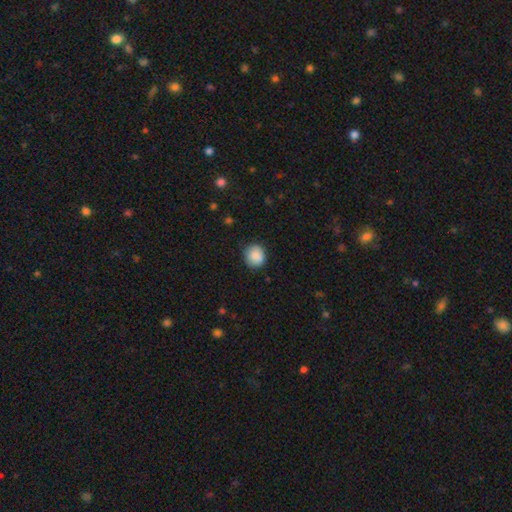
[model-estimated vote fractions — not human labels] Q: Smooth or featured?
A: smooth (88%); runner-up: star or artifact (8%)
Q: How rounded?
A: round (80%); runner-up: in between (19%)
Q: Merging?
A: none (84%); runner-up: minor disturbance (12%)